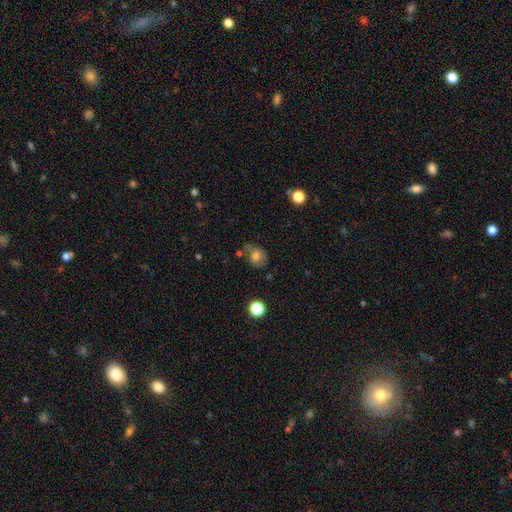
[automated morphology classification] type=smooth (68%); roundness=round (64%); merging=none (50%).